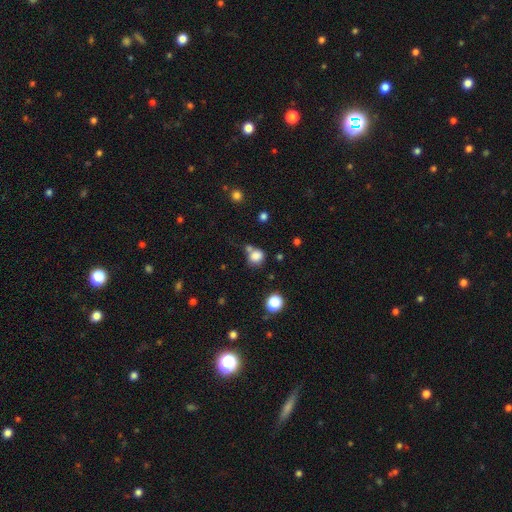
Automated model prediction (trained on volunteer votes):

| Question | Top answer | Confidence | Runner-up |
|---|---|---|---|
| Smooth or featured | smooth | 82% | star or artifact (13%) |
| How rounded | round | 77% | in between (22%) |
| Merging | none | 56% | merger (24%) |